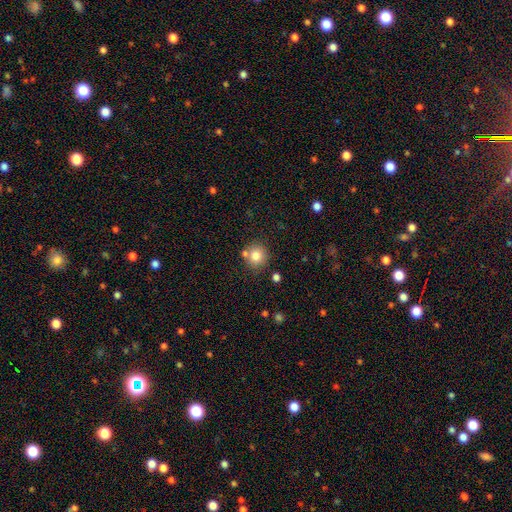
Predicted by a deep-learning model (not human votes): Smooth or featured?
  - smooth: 79% *
  - star or artifact: 11%
  - featured or disk: 10%
How rounded?
  - round: 91% *
  - in between: 8%
  - cigar-shaped: 1%
Merging?
  - none: 72% *
  - merger: 15%
  - minor disturbance: 10%
  - major disturbance: 3%